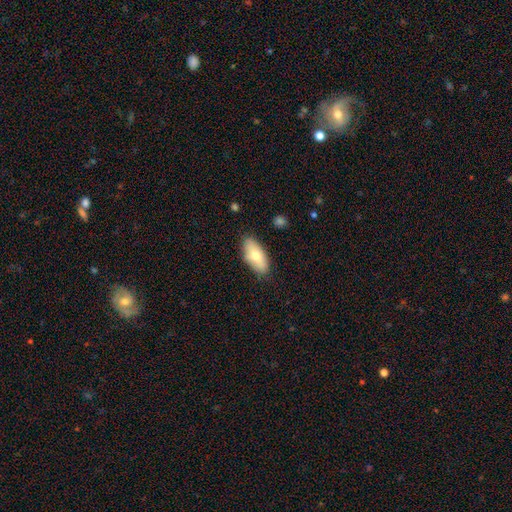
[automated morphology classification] This is likely a smooth galaxy (69%). How rounded: clearly in between (88%). Merging: clearly none (84%).